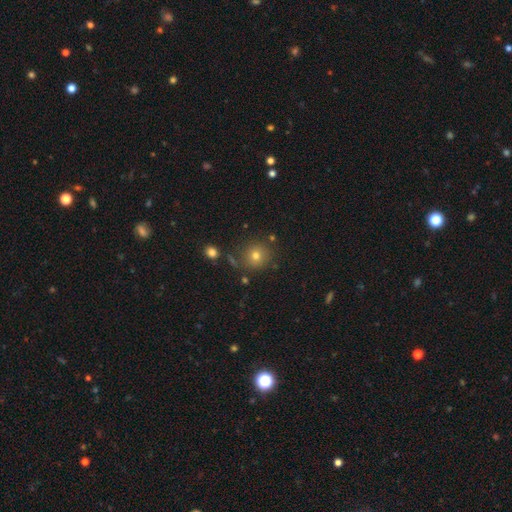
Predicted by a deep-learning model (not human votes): A smooth galaxy with no disk features (70%) that is round (91%).

Vote fractions:
- Smooth or featured? smooth: 70% / star or artifact: 19% / featured or disk: 11%
- How rounded? round: 91% / in between: 8% / cigar-shaped: 1%
- Merging? none: 80% / minor disturbance: 10% / merger: 6% / major disturbance: 4%